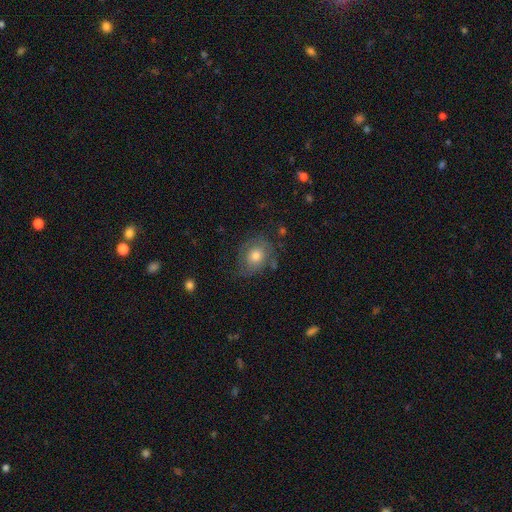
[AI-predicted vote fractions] Smooth or featured? Predicted: smooth (p=0.56). How rounded? Predicted: round (p=0.54). Merging? Predicted: none (p=0.62).